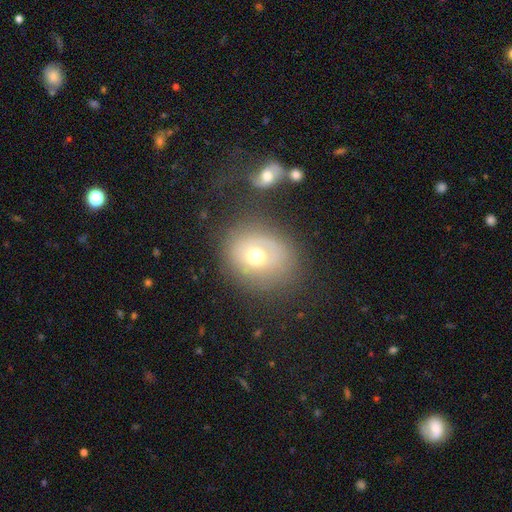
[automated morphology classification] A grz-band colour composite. It shows a smooth galaxy with no disk features (52%) that is round (64%). Merging: none (60%).